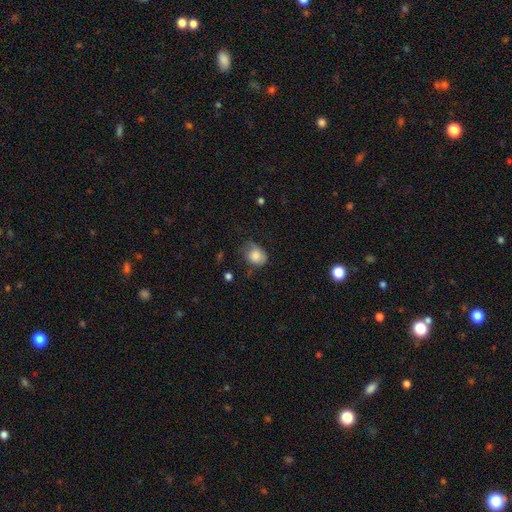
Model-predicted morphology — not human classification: Smooth or featured: smooth — 78% (featured or disk — 14%)
How rounded: in between — 50% (round — 49%)
Merging: none — 44% (minor disturbance — 36%)